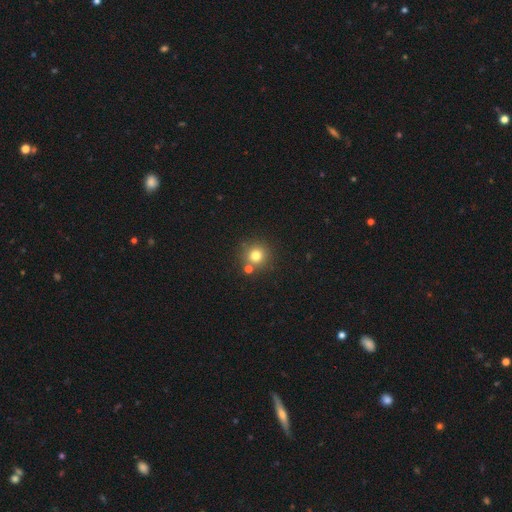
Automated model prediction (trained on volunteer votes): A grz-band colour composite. It shows a smooth galaxy with no disk features (77%) that is round (92%). Merging: none (76%).